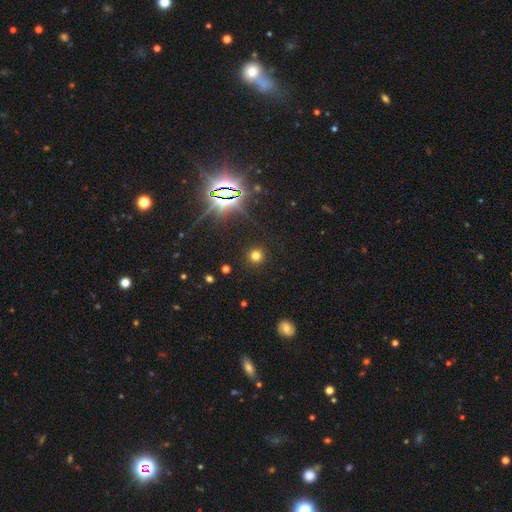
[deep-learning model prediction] Overall: smooth (70%). How rounded: round (94%). Merging: none (91%).